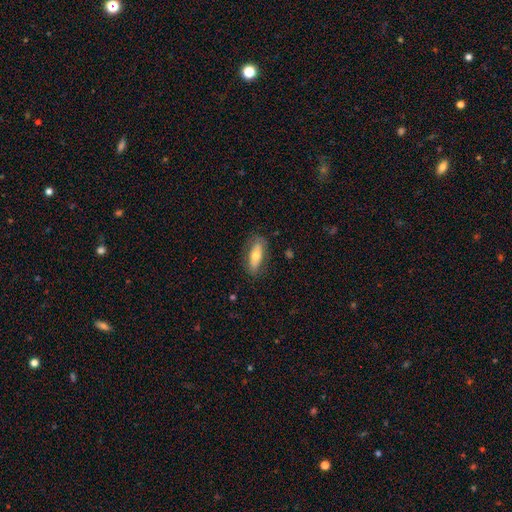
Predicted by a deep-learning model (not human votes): Smooth or featured? smooth (61%)
How rounded? in between (66%)
Merging? none (80%)